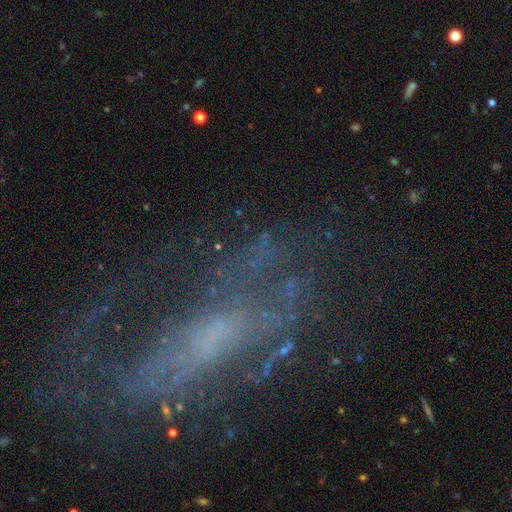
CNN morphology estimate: type=featured or disk (61%); edge-on=no (85%); bar=no (57%); spiral arms=yes (51%); bulge=none (41%); merging=none (47%).